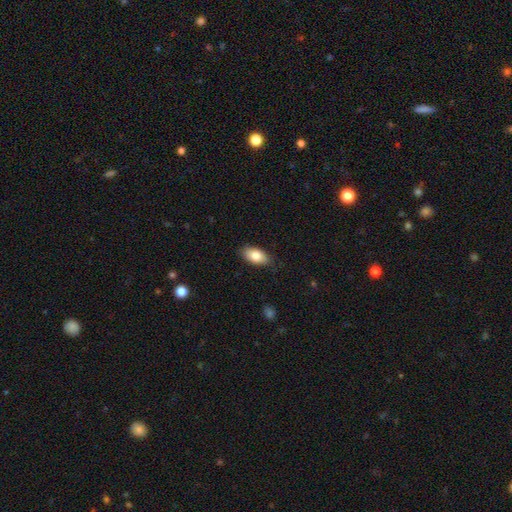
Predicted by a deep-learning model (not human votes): smooth_or_featured: smooth (p=0.81) [alt: featured or disk p=0.12]
how_rounded: in between (p=0.92) [alt: round p=0.04]
merging: none (p=0.83) [alt: minor disturbance p=0.13]